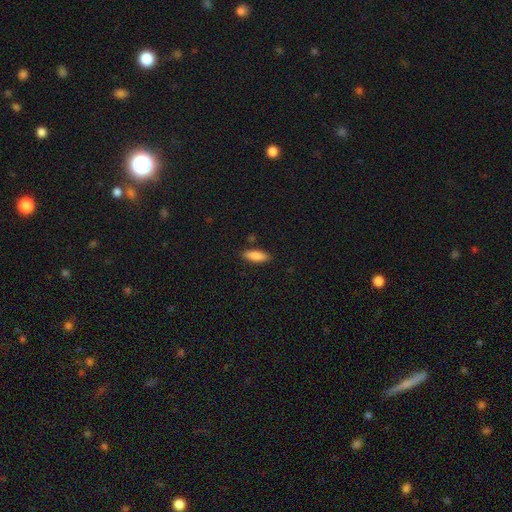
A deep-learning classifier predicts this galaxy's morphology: Smooth or featured? smooth (83%)
How rounded? in between (60%)
Merging? none (86%)